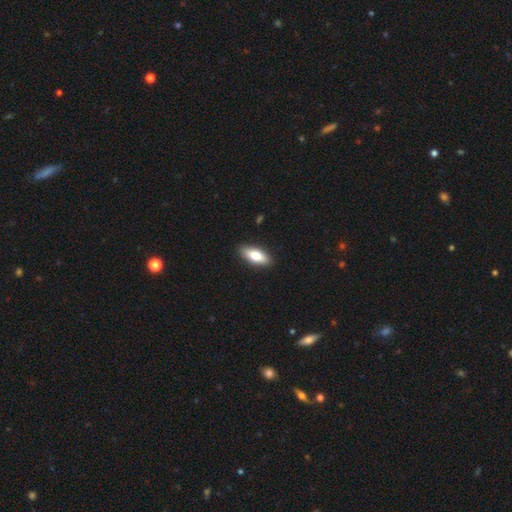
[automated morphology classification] A smooth galaxy with no disk features (76%) that is in between round and cigar-shaped (76%). Merging: none (90%).